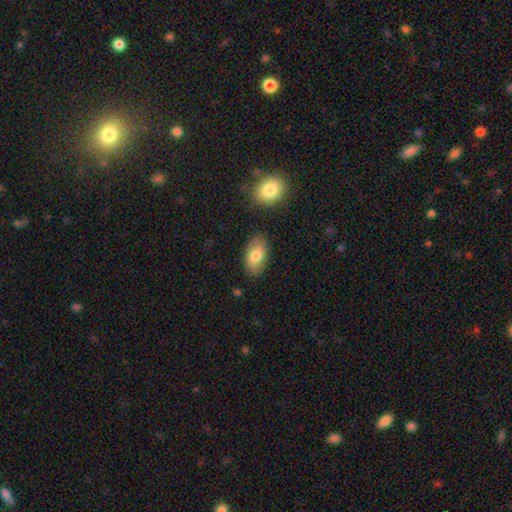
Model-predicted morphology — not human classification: smooth_or_featured: smooth (p=0.80) [alt: featured or disk p=0.14]
how_rounded: in between (p=0.93) [alt: round p=0.05]
merging: none (p=0.83) [alt: minor disturbance p=0.12]